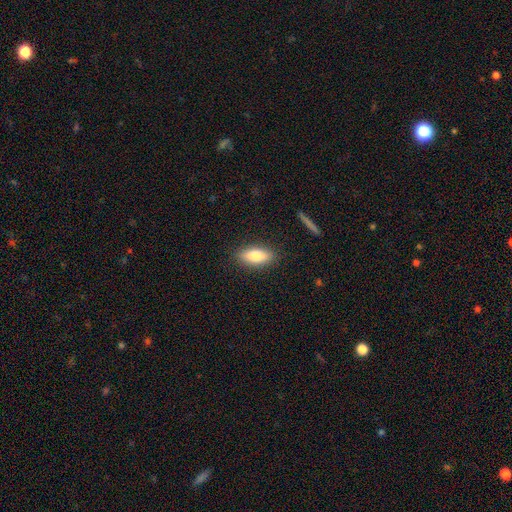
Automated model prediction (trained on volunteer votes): Overall: smooth (79%). How rounded: in between (78%). Merging: none (87%).